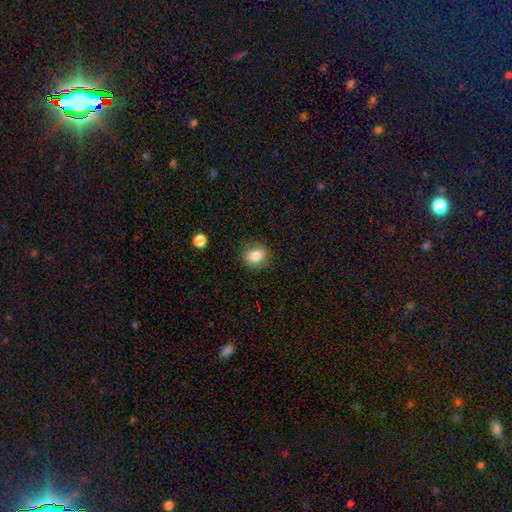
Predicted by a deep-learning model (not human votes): smooth 83%, star or artifact 9%, featured or disk 8%. Down the decision tree: how rounded — round (58%); merging — none (83%).